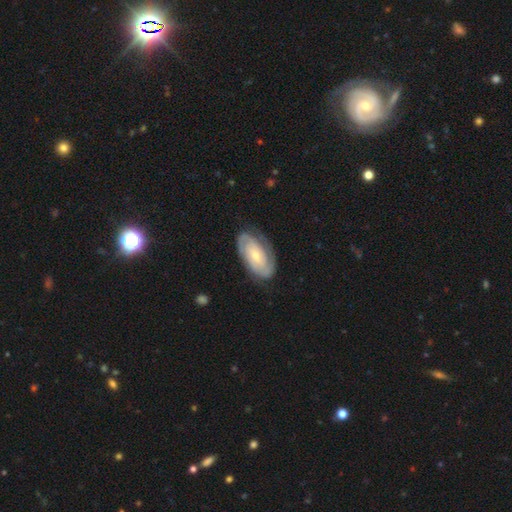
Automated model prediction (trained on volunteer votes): Smooth or featured?
  - featured or disk: 74% *
  - smooth: 21%
  - star or artifact: 5%
Edge-on disk?
  - no: 95% *
  - yes: 5%
Bar?
  - no: 64% *
  - weak: 27%
  - strong: 9%
Spiral arms?
  - yes: 89% *
  - no: 11%
Spiral winding?
  - tight: 69% *
  - medium: 24%
  - loose: 7%
Spiral arm count?
  - 2: 60% *
  - can't tell: 25%
  - 3: 6%
  - 1: 4%
  - 4: 2%
  - more than 4: 2%
Bulge size?
  - small: 60% *
  - moderate: 35%
  - large: 2%
  - none: 1%
  - dominant: 1%
Merging?
  - none: 78% *
  - minor disturbance: 16%
  - major disturbance: 5%
  - merger: 1%